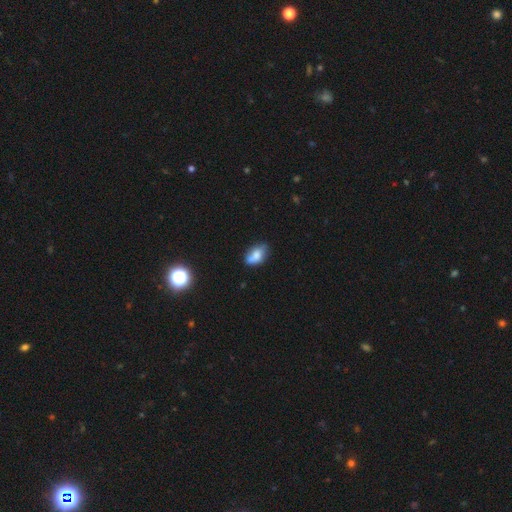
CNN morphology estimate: Smooth or featured? smooth (70%)
How rounded? in between (88%)
Merging? none (51%)